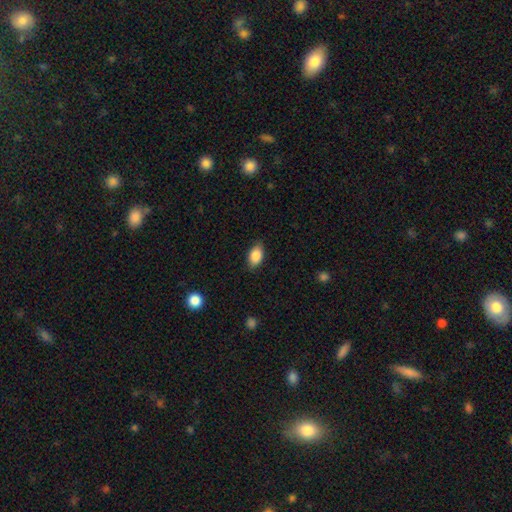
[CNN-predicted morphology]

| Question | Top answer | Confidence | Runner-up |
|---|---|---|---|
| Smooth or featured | smooth | 87% | star or artifact (7%) |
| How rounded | in between | 89% | round (8%) |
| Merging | none | 84% | minor disturbance (12%) |